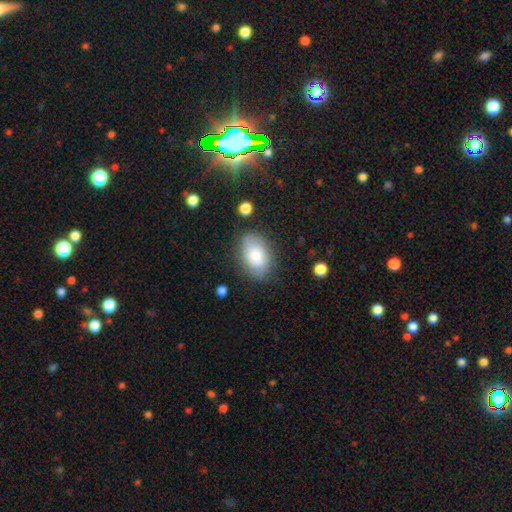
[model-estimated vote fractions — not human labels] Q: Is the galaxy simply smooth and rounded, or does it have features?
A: smooth — 77%.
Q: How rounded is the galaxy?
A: in between — 86%.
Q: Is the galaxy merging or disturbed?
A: none — 76%.